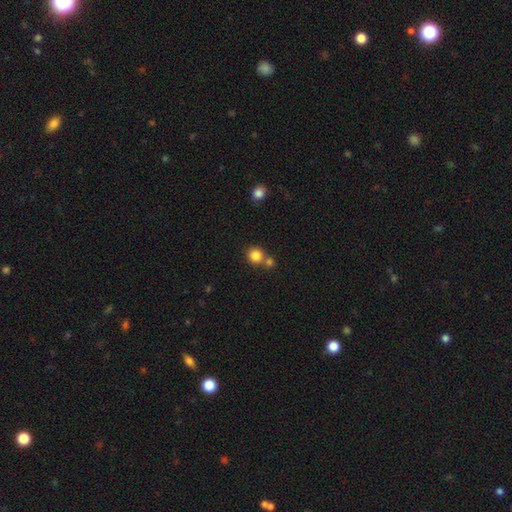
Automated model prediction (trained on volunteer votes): Morphology: type=smooth (84%); roundness=round (88%); merging=none (60%).